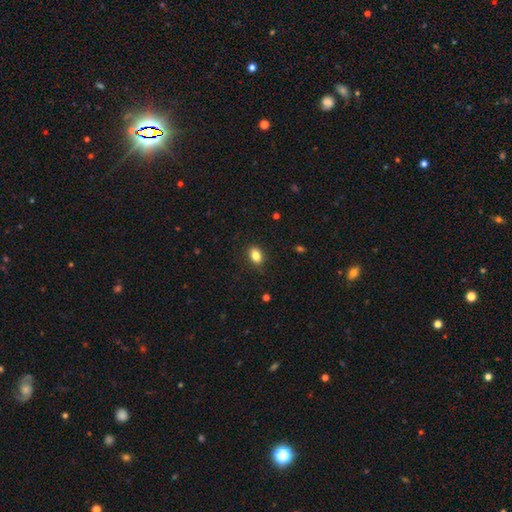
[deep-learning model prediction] Smooth or featured? Predicted: smooth (p=0.85). How rounded? Predicted: in between (p=0.78). Merging? Predicted: none (p=0.85).